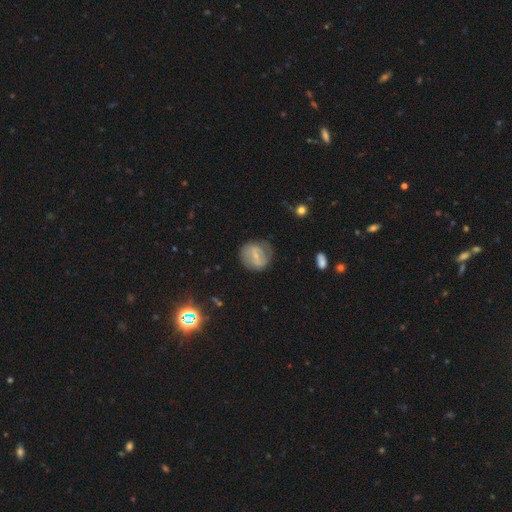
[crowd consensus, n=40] smooth-or-featured: featured or disk: 85% | smooth: 15% | star or artifact: 0%
  disk-edge-on: no: 94% | yes: 6%
    bar: strong: 62% | weak: 31% | no: 6%
    has-spiral-arms: yes: 69% | no: 31%
      spiral-winding: medium: 50% | tight: 32% | loose: 18%
      spiral-arm-count: 2: 50% | can't tell: 36% | 1: 5% | 3: 5% | 4: 5% | more than 4: 0%
    bulge-size: small: 72% | moderate: 19% | none: 9% | dominant: 0% | large: 0%
  merging: none: 50% | minor disturbance: 32% | major disturbance: 18% | merger: 0%